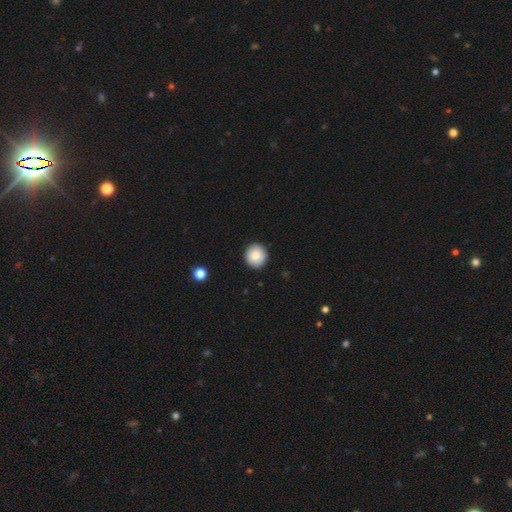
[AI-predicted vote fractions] Smooth or featured?
  - smooth: 84% *
  - featured or disk: 8%
  - star or artifact: 8%
How rounded?
  - round: 92% *
  - in between: 7%
  - cigar-shaped: 1%
Merging?
  - none: 92% *
  - minor disturbance: 6%
  - major disturbance: 1%
  - merger: 1%